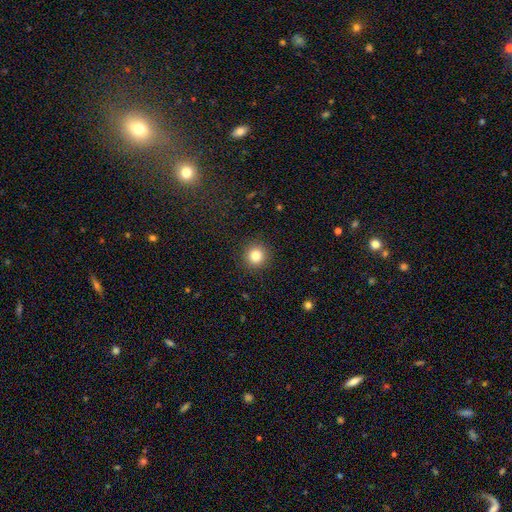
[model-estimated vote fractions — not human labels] Smooth or featured? Predicted: smooth (p=0.83). How rounded? Predicted: round (p=0.95). Merging? Predicted: none (p=0.91).